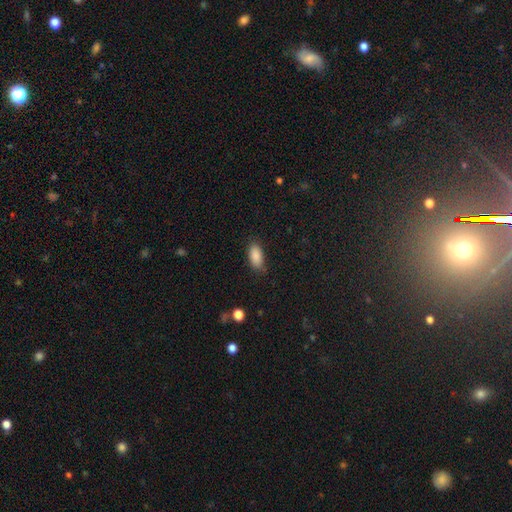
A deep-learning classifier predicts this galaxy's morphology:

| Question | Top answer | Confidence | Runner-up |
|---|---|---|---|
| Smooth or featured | smooth | 88% | star or artifact (7%) |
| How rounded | in between | 90% | cigar-shaped (8%) |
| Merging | none | 81% | minor disturbance (14%) |